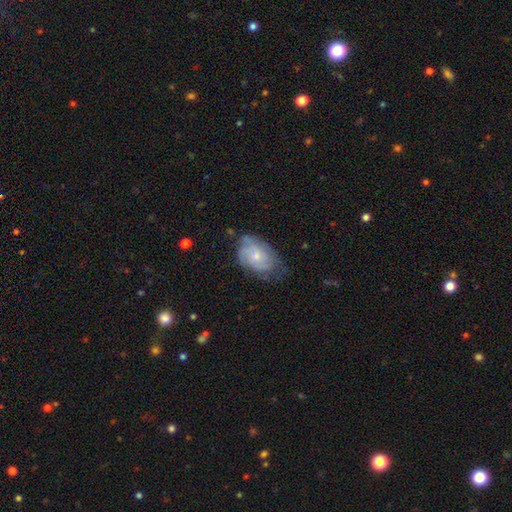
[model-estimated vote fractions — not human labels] This appears to be a featured or disk galaxy (52%). Merging: none (52%).